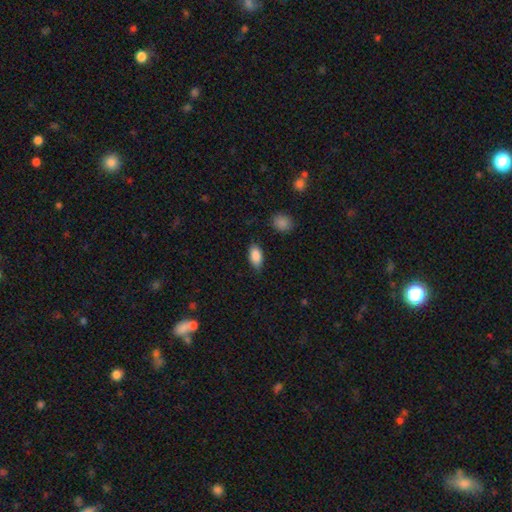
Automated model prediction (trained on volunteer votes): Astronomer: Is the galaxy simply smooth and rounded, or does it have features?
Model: smooth — 88%.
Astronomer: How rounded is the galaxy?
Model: in between — 92%.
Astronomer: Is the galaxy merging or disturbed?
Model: none — 82%.